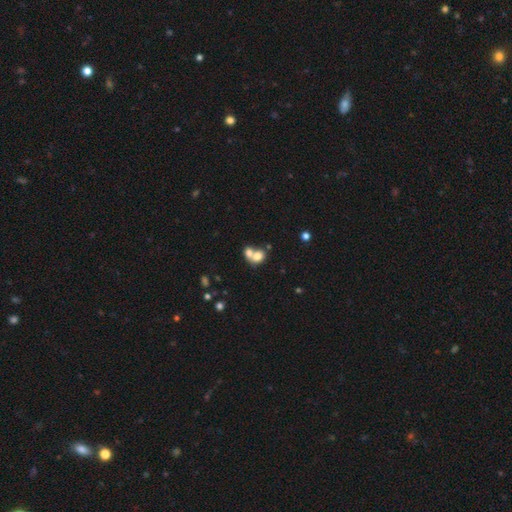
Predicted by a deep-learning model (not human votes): Smooth or featured? smooth (73%)
How rounded? round (54%)
Merging? merger (65%)